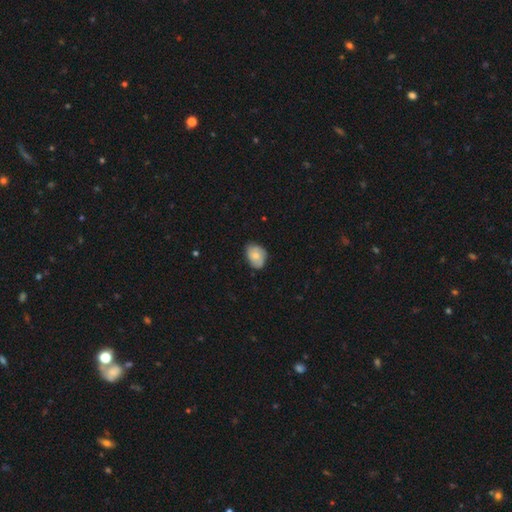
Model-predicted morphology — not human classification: smooth 68%, featured or disk 25%, star or artifact 7%. Down the decision tree: how rounded — in between (71%); merging — none (66%).